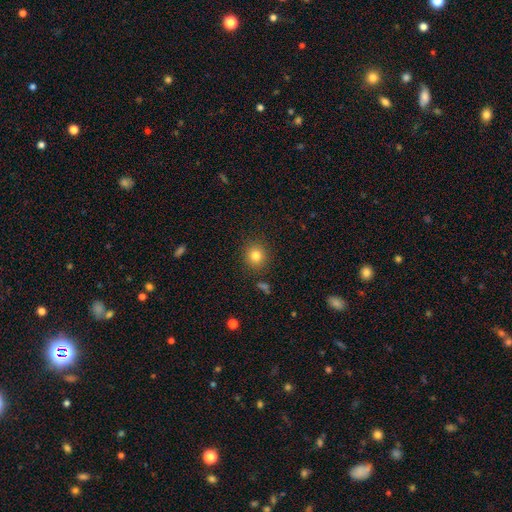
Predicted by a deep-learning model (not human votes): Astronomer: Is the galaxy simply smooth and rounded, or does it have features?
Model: smooth — 81%.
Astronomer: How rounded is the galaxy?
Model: round — 88%.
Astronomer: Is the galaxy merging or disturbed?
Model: none — 88%.